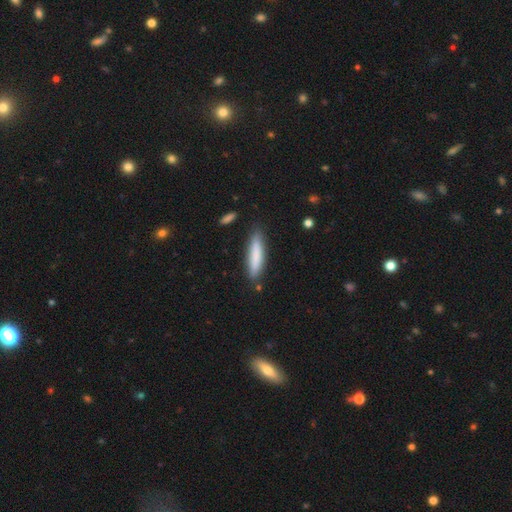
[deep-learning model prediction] A smooth galaxy with no disk features (80%) that is cigar-shaped (82%).

Vote fractions:
- Smooth or featured? smooth: 80% / featured or disk: 14% / star or artifact: 6%
- How rounded? cigar-shaped: 82% / in between: 17% / round: 1%
- Merging? none: 82% / minor disturbance: 13% / merger: 3% / major disturbance: 2%